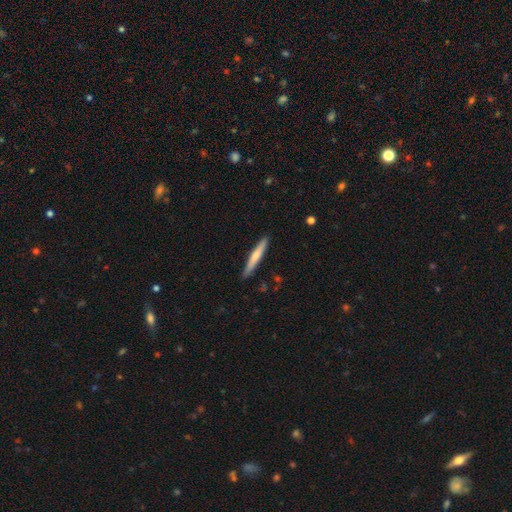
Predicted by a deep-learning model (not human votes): Smooth or featured?
  - smooth: 61% *
  - featured or disk: 34%
  - star or artifact: 5%
How rounded?
  - cigar-shaped: 94% *
  - in between: 5%
  - round: 1%
Merging?
  - none: 89% *
  - minor disturbance: 8%
  - major disturbance: 1%
  - merger: 1%